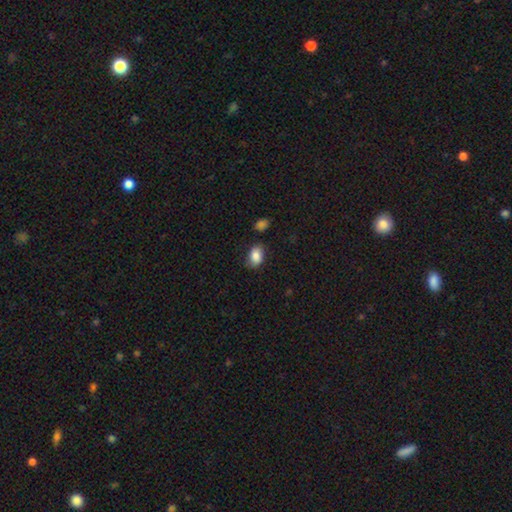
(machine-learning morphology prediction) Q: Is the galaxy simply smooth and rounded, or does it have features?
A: smooth — 84%.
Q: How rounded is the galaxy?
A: in between — 82%.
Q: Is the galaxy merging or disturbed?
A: none — 69%.